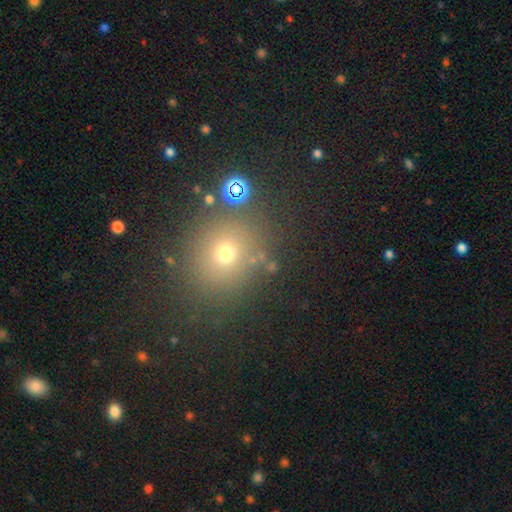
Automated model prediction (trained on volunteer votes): The model was most divided on "smooth or featured": smooth: 64%, star or artifact: 26%, featured or disk: 10%. More confident: how rounded — round (82%); merging — none (81%).